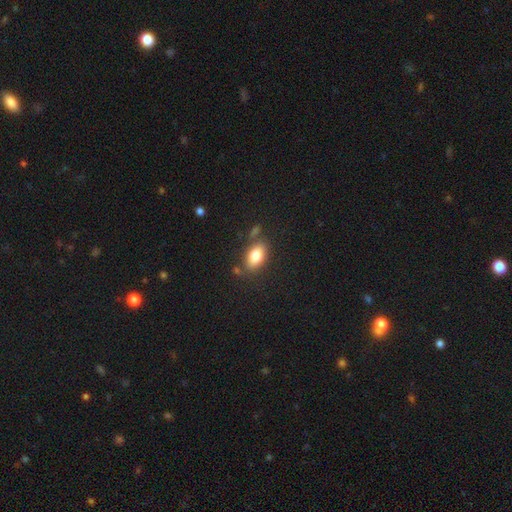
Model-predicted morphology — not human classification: A smooth galaxy with no disk features (81%) that is in between round and cigar-shaped (89%). Merging: none (72%).